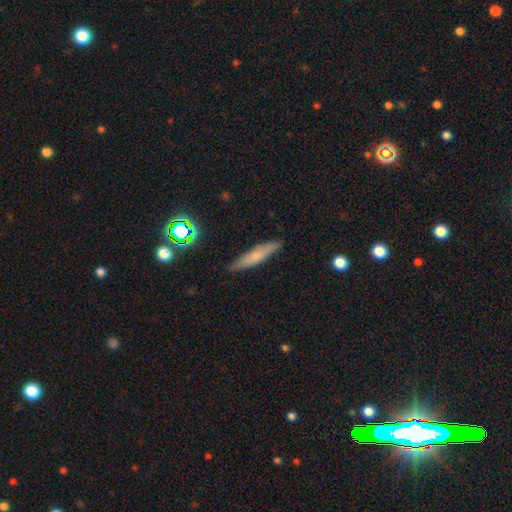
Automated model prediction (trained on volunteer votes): Overall: smooth (66%). How rounded: cigar-shaped (87%). Merging: none (87%).